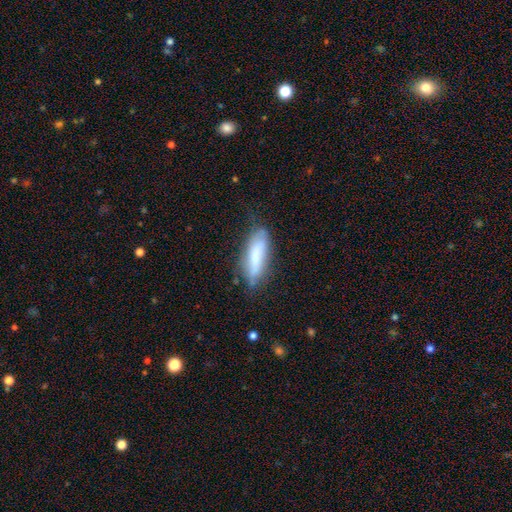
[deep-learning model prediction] Q: Smooth or featured?
A: smooth (68%); runner-up: featured or disk (24%)
Q: How rounded?
A: cigar-shaped (52%); runner-up: in between (47%)
Q: Merging?
A: none (62%); runner-up: minor disturbance (28%)